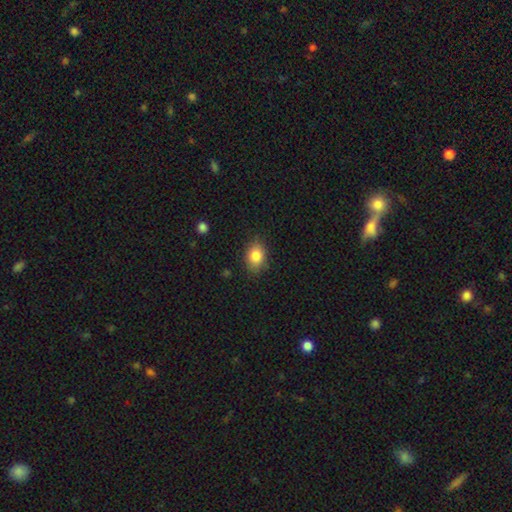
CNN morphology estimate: Smooth or featured?
  - smooth: 84% *
  - star or artifact: 9%
  - featured or disk: 7%
How rounded?
  - in between: 70% *
  - round: 29%
  - cigar-shaped: 1%
Merging?
  - none: 82% *
  - minor disturbance: 14%
  - major disturbance: 3%
  - merger: 1%